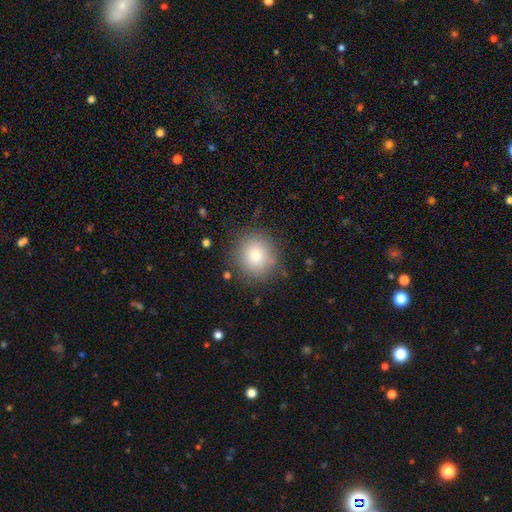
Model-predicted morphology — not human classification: Smooth or featured? smooth (82%)
How rounded? round (87%)
Merging? none (83%)